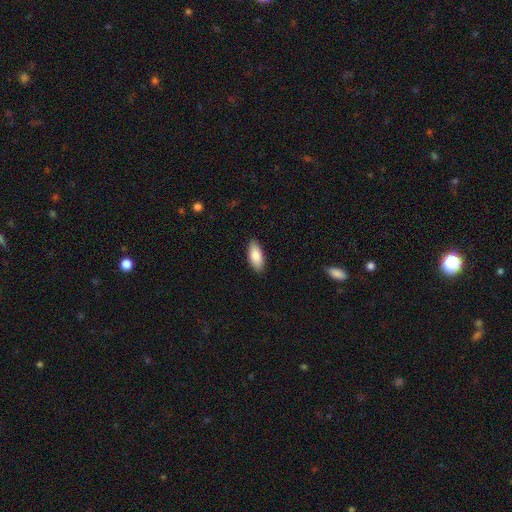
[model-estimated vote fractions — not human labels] Smooth or featured: smooth — 84% (featured or disk — 10%)
How rounded: in between — 86% (cigar-shaped — 12%)
Merging: none — 89% (minor disturbance — 8%)